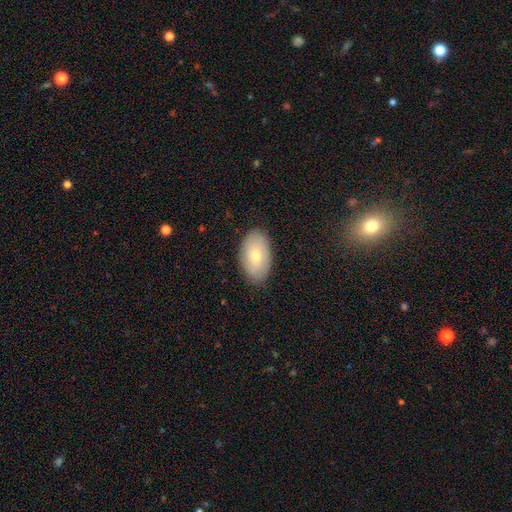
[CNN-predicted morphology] This appears to be a smooth galaxy with no disk features (70%) that is in between round and cigar-shaped (93%). Merging: none (85%).